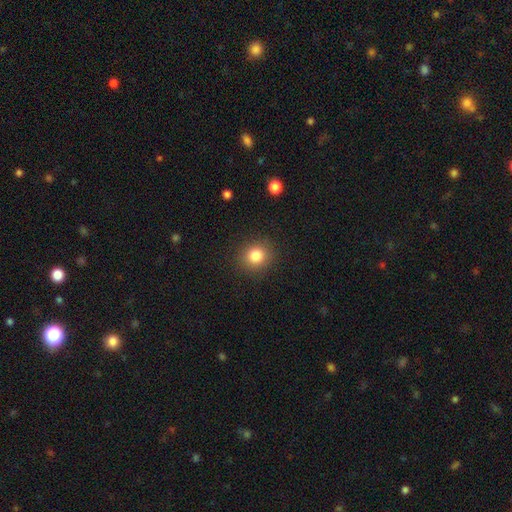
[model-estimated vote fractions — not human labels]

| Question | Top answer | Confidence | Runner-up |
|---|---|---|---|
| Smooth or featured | smooth | 83% | star or artifact (11%) |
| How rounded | round | 80% | in between (19%) |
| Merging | none | 89% | minor disturbance (8%) |